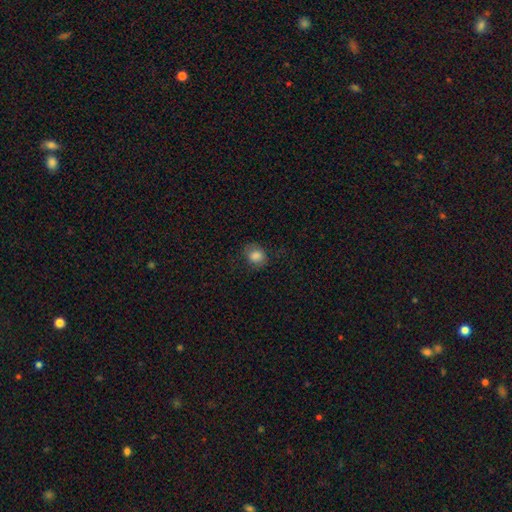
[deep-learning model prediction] smooth_or_featured: smooth (p=0.82) [alt: star or artifact p=0.10]
how_rounded: round (p=0.60) [alt: in between p=0.39]
merging: none (p=0.74) [alt: minor disturbance p=0.18]